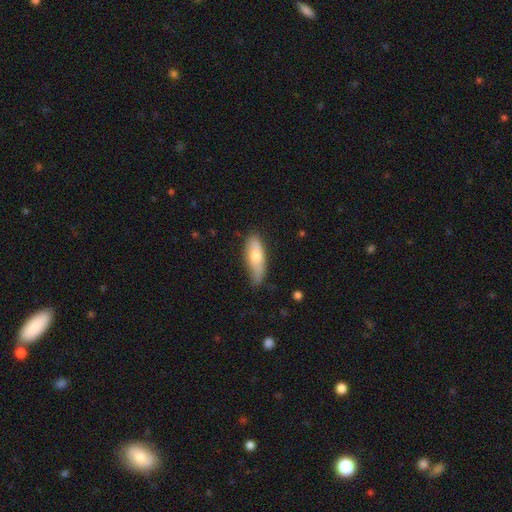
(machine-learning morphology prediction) A smooth galaxy with no disk features (65%) that is in between round and cigar-shaped (54%).

Vote fractions:
- Smooth or featured? smooth: 65% / featured or disk: 29% / star or artifact: 6%
- How rounded? in between: 54% / cigar-shaped: 44% / round: 2%
- Merging? none: 66% / minor disturbance: 27% / major disturbance: 5% / merger: 2%